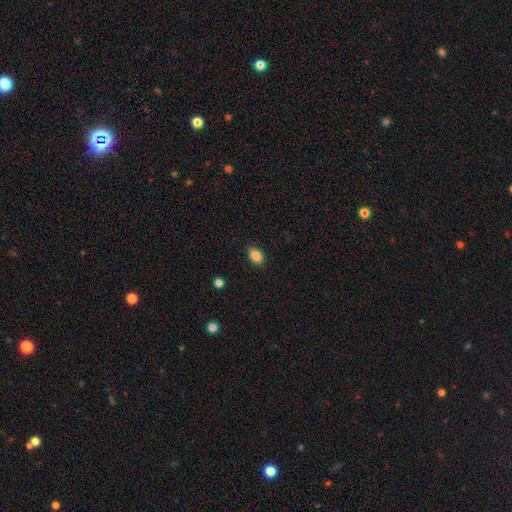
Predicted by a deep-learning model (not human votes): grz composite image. It shows a smooth galaxy with no disk features (85%) that is in between round and cigar-shaped (86%). Merging: none (88%).